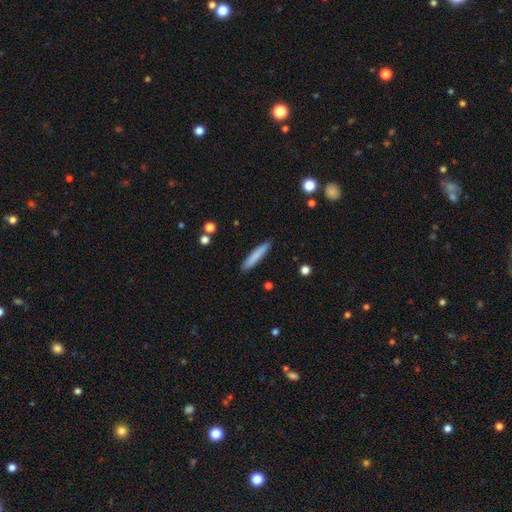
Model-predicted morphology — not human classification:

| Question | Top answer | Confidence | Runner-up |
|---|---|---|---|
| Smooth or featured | smooth | 80% | featured or disk (14%) |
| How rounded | cigar-shaped | 92% | in between (7%) |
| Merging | none | 89% | minor disturbance (8%) |